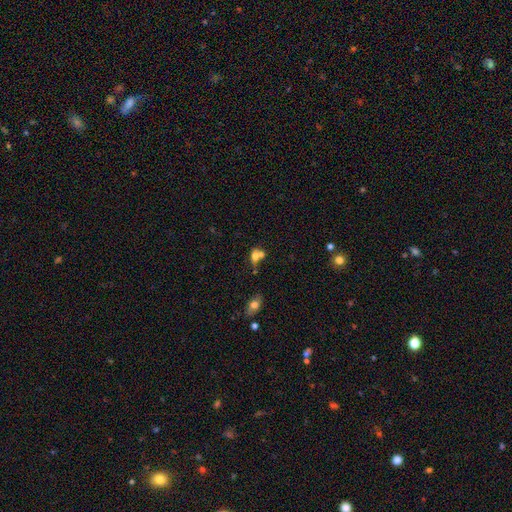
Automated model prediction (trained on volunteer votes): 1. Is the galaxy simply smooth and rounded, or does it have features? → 66% smooth, 21% featured or disk, 13% star or artifact.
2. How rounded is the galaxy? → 57% in between, 38% round, 6% cigar-shaped.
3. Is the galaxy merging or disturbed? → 54% merger, 28% none, 11% minor disturbance, 7% major disturbance.